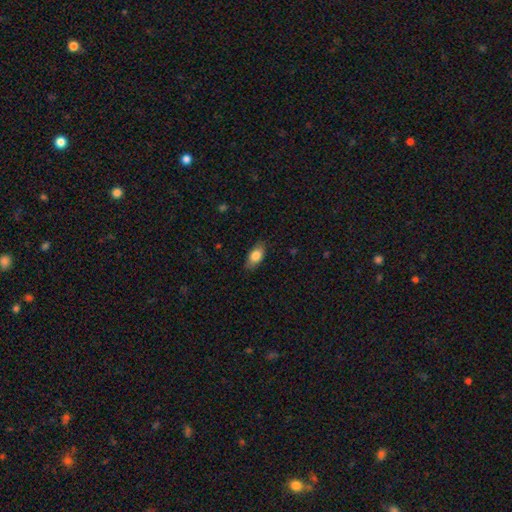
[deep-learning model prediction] Smooth or featured? Predicted: smooth (p=0.81). How rounded? Predicted: in between (p=0.89). Merging? Predicted: none (p=0.83).